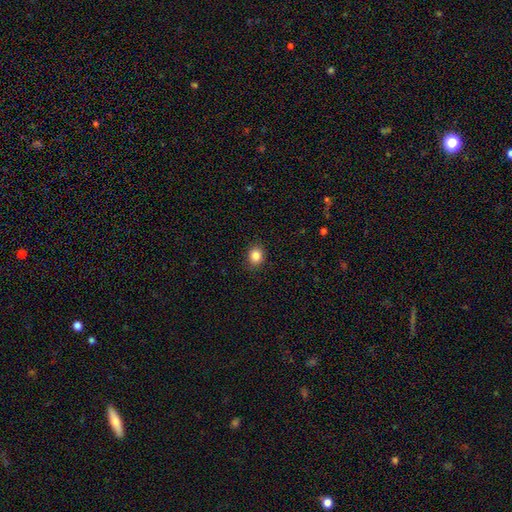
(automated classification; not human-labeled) This is clearly a smooth galaxy (85%). How rounded: likely round (62%). Merging: clearly none (89%).